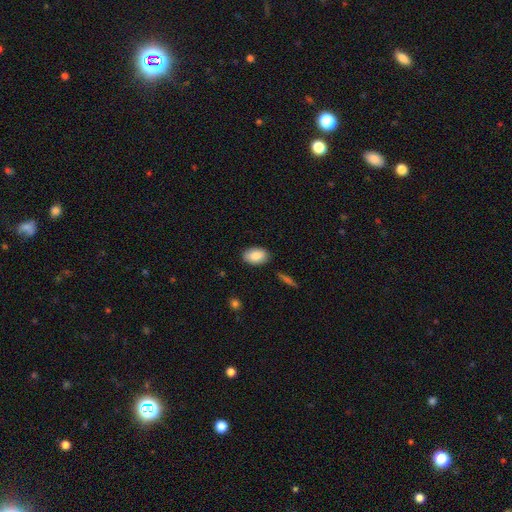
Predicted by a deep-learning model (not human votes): The model was most divided on "merging": none: 85%, minor disturbance: 11%, major disturbance: 2%, merger: 2%. More confident: how rounded — in between (92%); smooth or featured — smooth (87%).